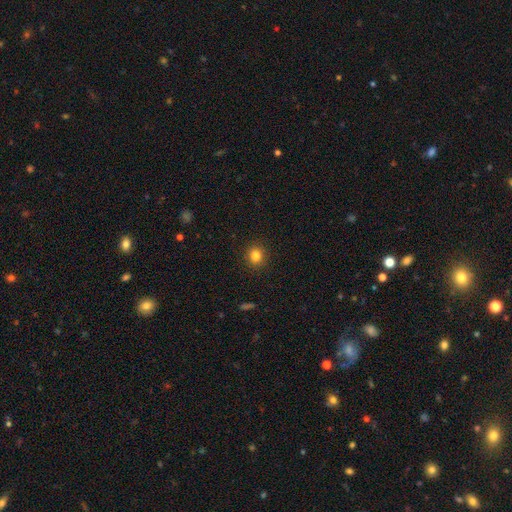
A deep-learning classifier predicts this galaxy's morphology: A smooth galaxy with no disk features (83%) that is round (86%). Merging: none (91%).